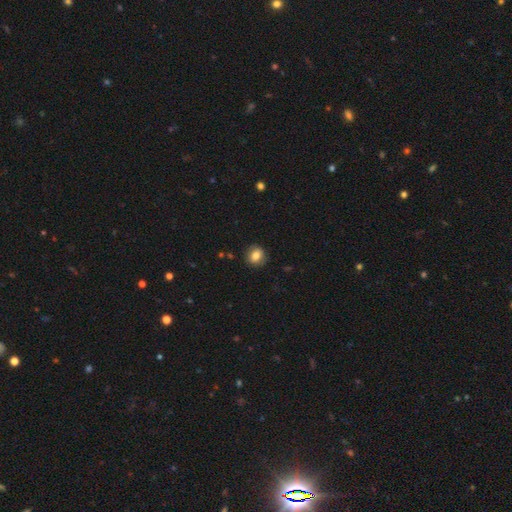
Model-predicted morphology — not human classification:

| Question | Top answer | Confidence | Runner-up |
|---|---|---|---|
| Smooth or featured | smooth | 79% | featured or disk (11%) |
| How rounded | round | 68% | in between (31%) |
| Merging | none | 86% | minor disturbance (10%) |